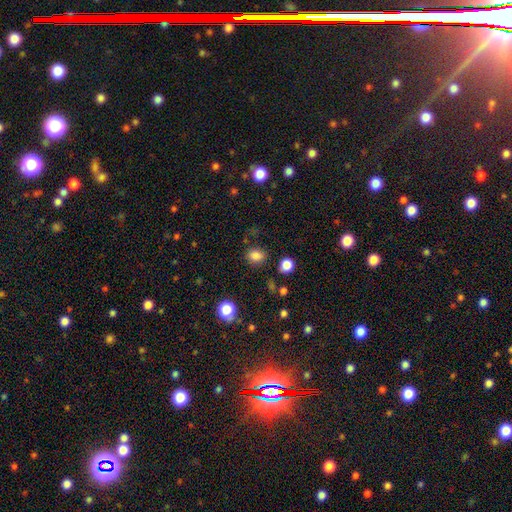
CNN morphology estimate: Smooth or featured? Predicted: smooth (p=0.82). How rounded? Predicted: round (p=0.52). Merging? Predicted: none (p=0.81).